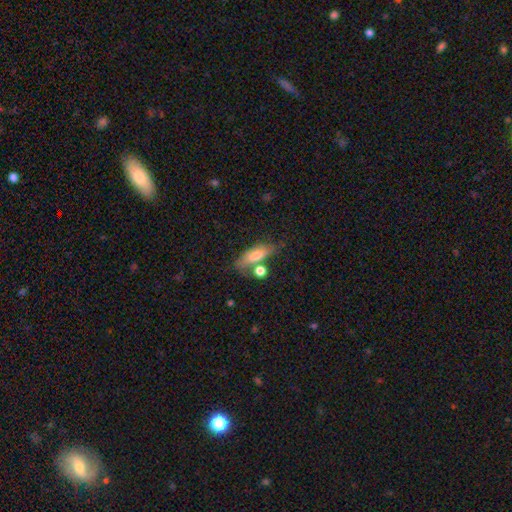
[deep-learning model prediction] Q: Smooth or featured?
A: smooth (72%); runner-up: featured or disk (21%)
Q: How rounded?
A: in between (62%); runner-up: cigar-shaped (33%)
Q: Merging?
A: none (58%); runner-up: merger (18%)